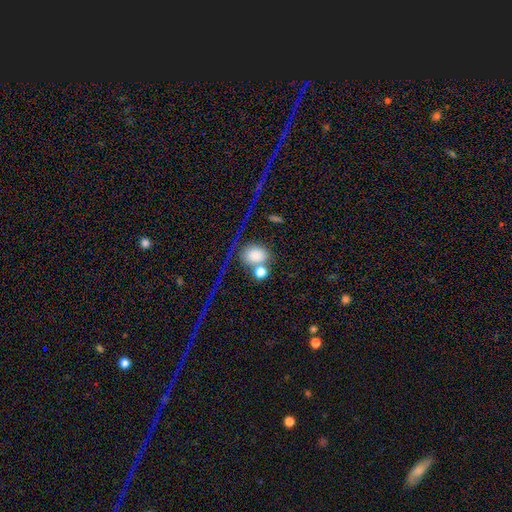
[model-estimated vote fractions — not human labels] Morphology: type=smooth (75%); roundness=round (65%); merging=none (41%).